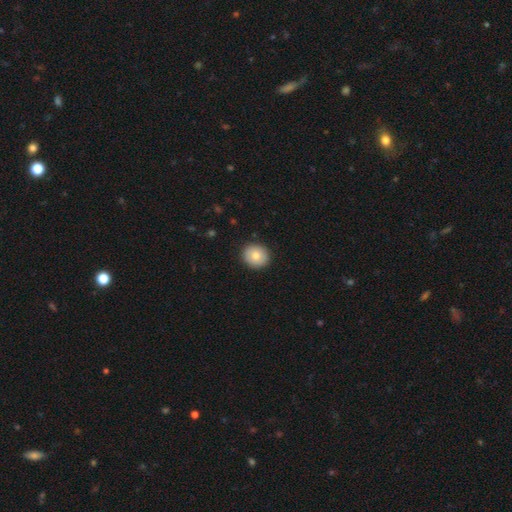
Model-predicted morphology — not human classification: Smooth or featured? Predicted: smooth (p=0.77). How rounded? Predicted: round (p=0.87). Merging? Predicted: none (p=0.91).